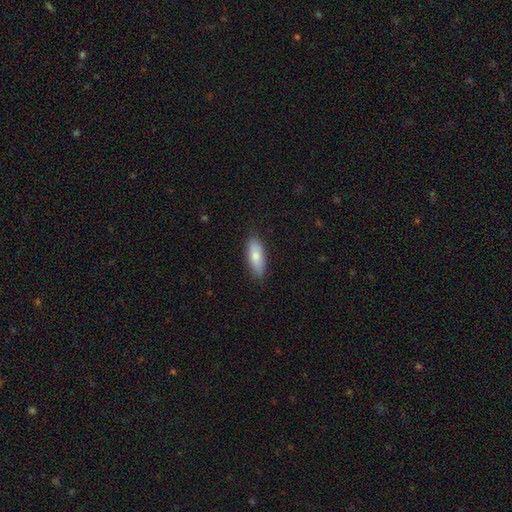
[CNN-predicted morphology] Q: Smooth or featured?
A: smooth (78%); runner-up: featured or disk (16%)
Q: How rounded?
A: in between (70%); runner-up: cigar-shaped (28%)
Q: Merging?
A: none (85%); runner-up: minor disturbance (11%)